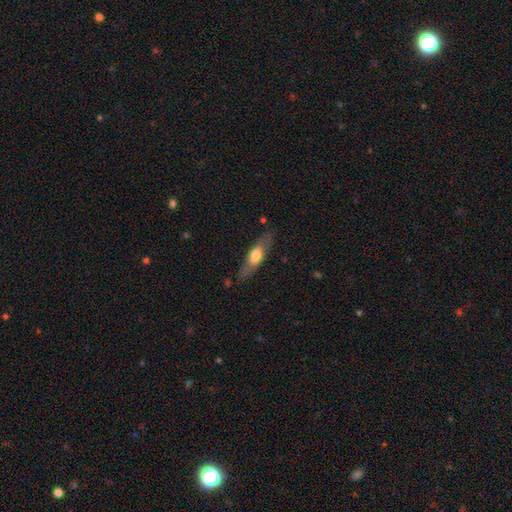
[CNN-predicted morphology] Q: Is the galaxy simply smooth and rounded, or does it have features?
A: smooth — 52%.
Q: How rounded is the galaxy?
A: cigar-shaped — 51%.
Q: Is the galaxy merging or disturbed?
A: none — 80%.